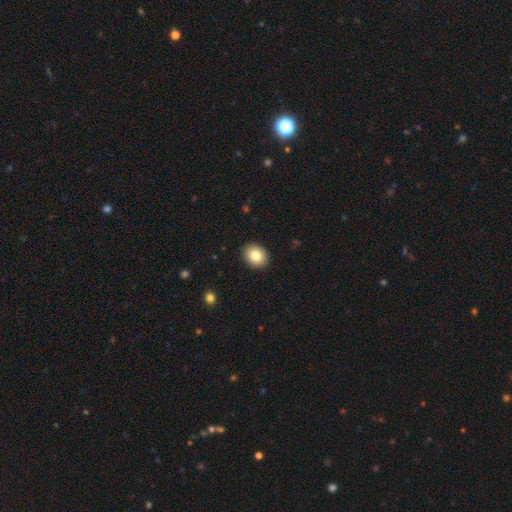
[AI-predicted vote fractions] smooth_or_featured: smooth (p=0.82) [alt: featured or disk p=0.09]
how_rounded: round (p=0.50) [alt: in between p=0.49]
merging: none (p=0.91) [alt: minor disturbance p=0.07]